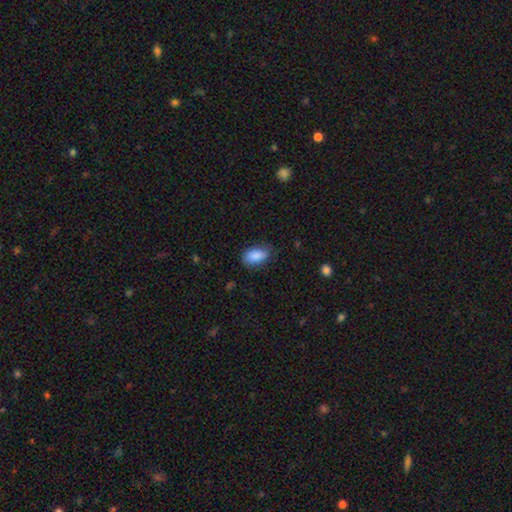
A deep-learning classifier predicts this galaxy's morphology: Smooth or featured? smooth (87%)
How rounded? in between (92%)
Merging? none (72%)